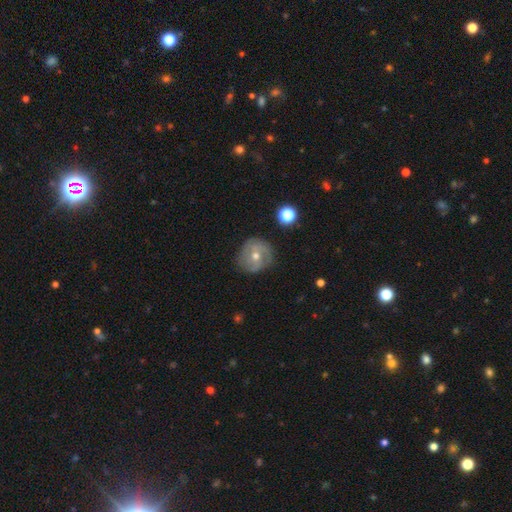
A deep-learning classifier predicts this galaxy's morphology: Smooth or featured? Predicted: featured or disk (p=0.66). Edge-on disk? Predicted: no (p=0.97). Bar? Predicted: no (p=0.65). Spiral arms? Predicted: yes (p=0.83). Spiral winding? Predicted: tight (p=0.52). Spiral arm count? Predicted: 2 (p=0.35). Bulge size? Predicted: moderate (p=0.56). Merging? Predicted: none (p=0.78).